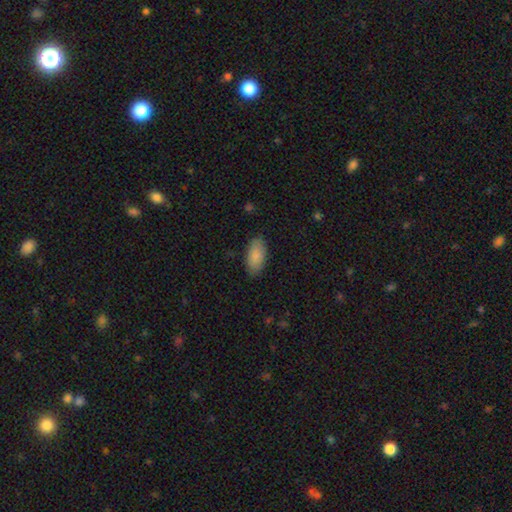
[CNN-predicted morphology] smooth 88%, featured or disk 6%, star or artifact 6%. Down the decision tree: how rounded — in between (92%); merging — none (84%).